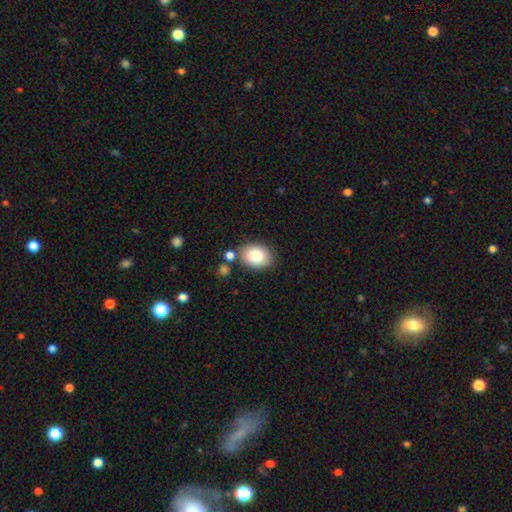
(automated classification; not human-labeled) smooth_or_featured: smooth (p=0.85) [alt: featured or disk p=0.08]
how_rounded: in between (p=0.74) [alt: round p=0.25]
merging: none (p=0.78) [alt: minor disturbance p=0.13]